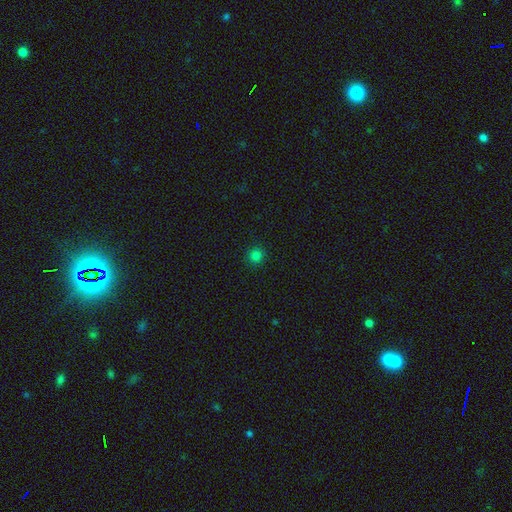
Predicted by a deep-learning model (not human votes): Smooth or featured? Predicted: smooth (p=0.81). How rounded? Predicted: round (p=0.94). Merging? Predicted: none (p=0.92).